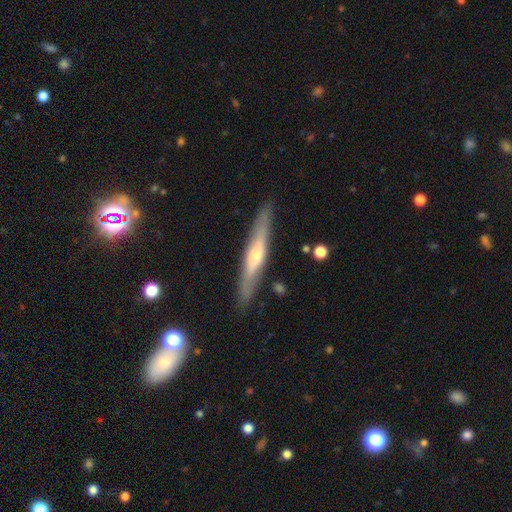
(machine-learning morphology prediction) Smooth or featured? Predicted: featured or disk (p=0.63). Edge-on disk? Predicted: yes (p=0.90). Edge-on bulge? Predicted: rounded (p=0.72). Merging? Predicted: none (p=0.88).